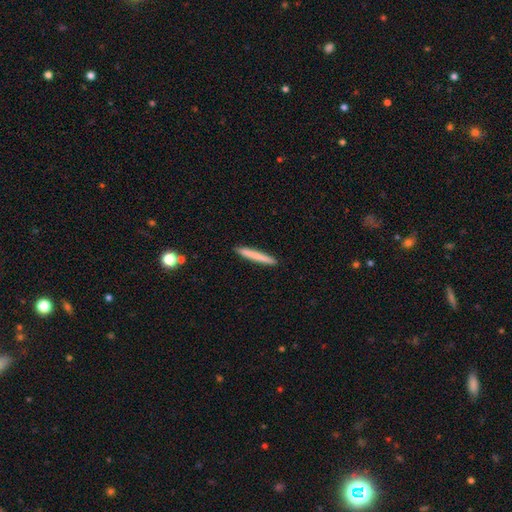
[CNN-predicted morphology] smooth 75%, featured or disk 19%, star or artifact 6%. Down the decision tree: how rounded — cigar-shaped (96%); merging — none (92%).